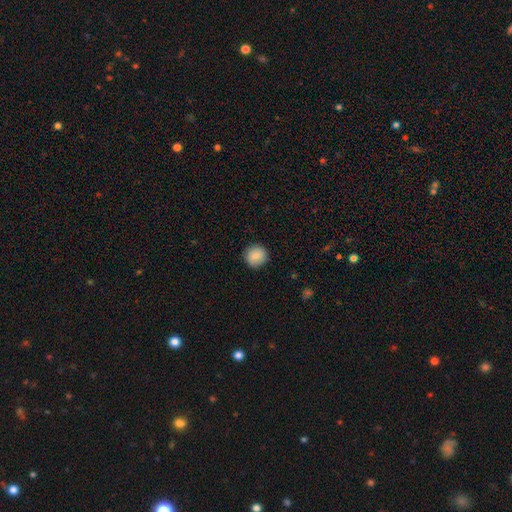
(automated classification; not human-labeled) The model was most divided on "smooth or featured": smooth: 86%, star or artifact: 8%, featured or disk: 6%. More confident: how rounded — round (92%); merging — none (88%).